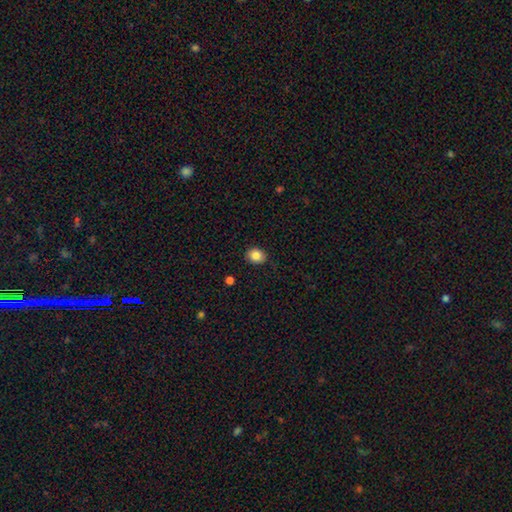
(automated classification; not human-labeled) A smooth galaxy with no disk features (86%) that is round (57%).

Vote fractions:
- Smooth or featured? smooth: 86% / star or artifact: 9% / featured or disk: 5%
- How rounded? round: 57% / in between: 42% / cigar-shaped: 1%
- Merging? none: 88% / minor disturbance: 9% / major disturbance: 2% / merger: 1%